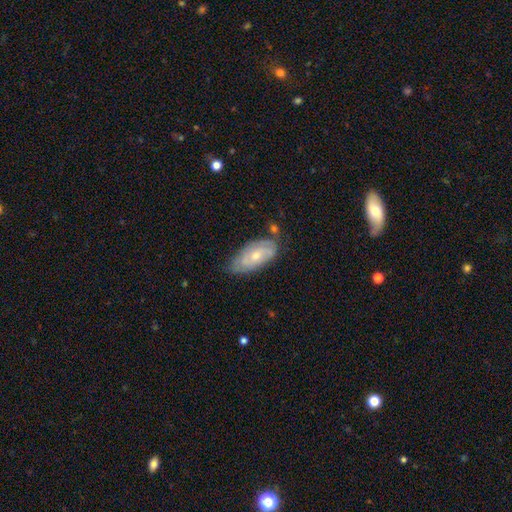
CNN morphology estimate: featured or disk 53%, smooth 41%, star or artifact 7%. Down the decision tree: edge-on disk — no (89%); merging — none (60%).